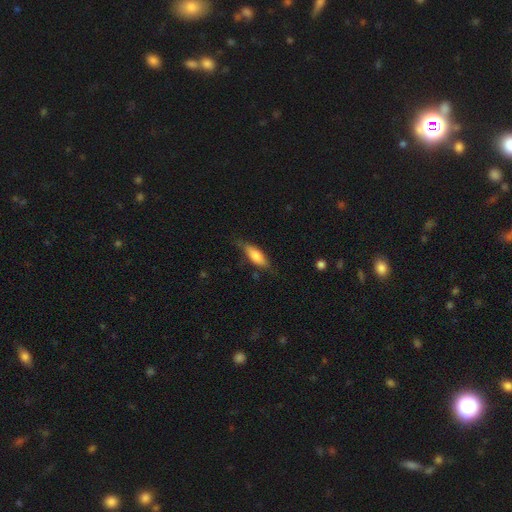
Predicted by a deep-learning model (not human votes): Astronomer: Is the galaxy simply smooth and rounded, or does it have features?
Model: smooth — 69%.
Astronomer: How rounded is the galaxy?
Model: in between — 62%.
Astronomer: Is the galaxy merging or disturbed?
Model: none — 65%.